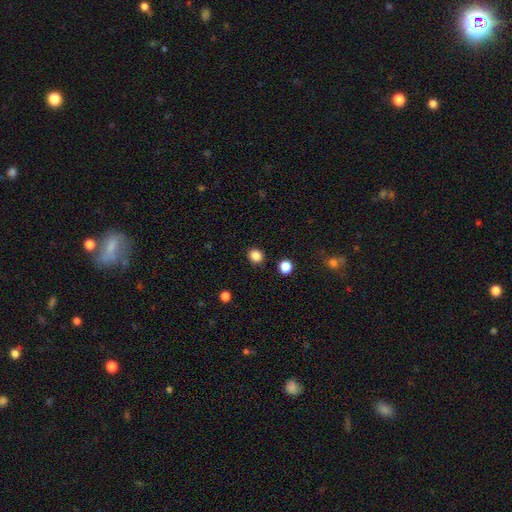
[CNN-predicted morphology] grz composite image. It shows a smooth galaxy with no disk features (85%) that is round (79%). Merging: none (90%).